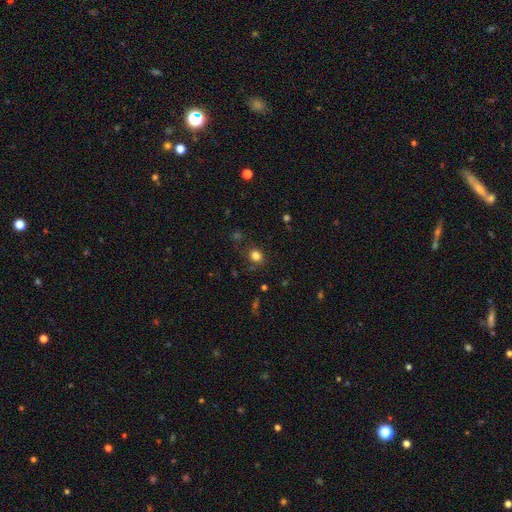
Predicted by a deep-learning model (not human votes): This appears to be a smooth galaxy with no disk features (81%) that is round (68%). Merging: none (79%).